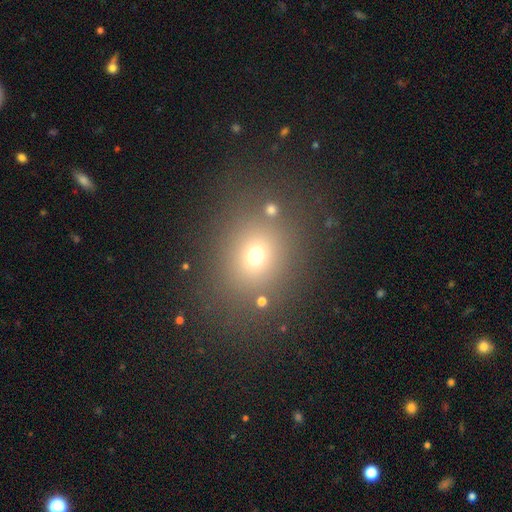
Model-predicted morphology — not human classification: Smooth or featured? smooth (67%)
How rounded? round (72%)
Merging? none (78%)